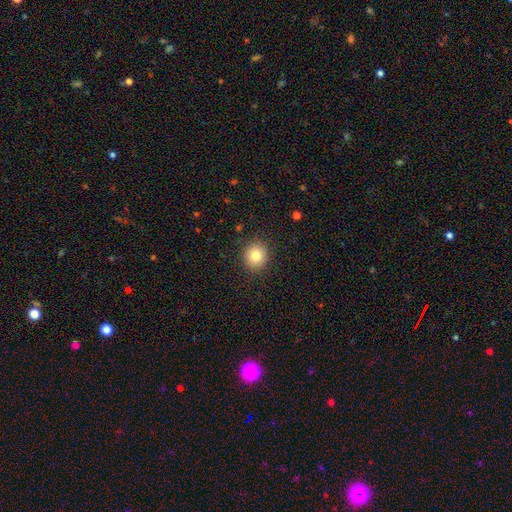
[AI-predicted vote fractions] This is clearly a smooth galaxy (81%). How rounded: clearly round (82%). Merging: clearly none (89%).